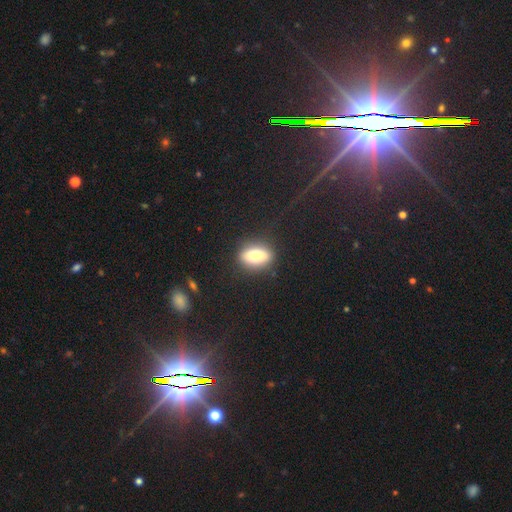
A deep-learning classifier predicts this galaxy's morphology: Smooth or featured? Predicted: smooth (p=0.80). How rounded? Predicted: in between (p=0.83). Merging? Predicted: none (p=0.83).